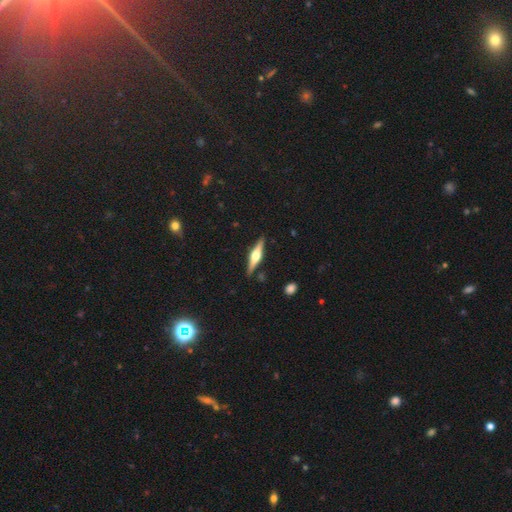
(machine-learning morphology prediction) This appears to be a featured or disk galaxy (73%) viewed edge-on (98%) with a rounded central bulge (92%). Merging: none (89%).